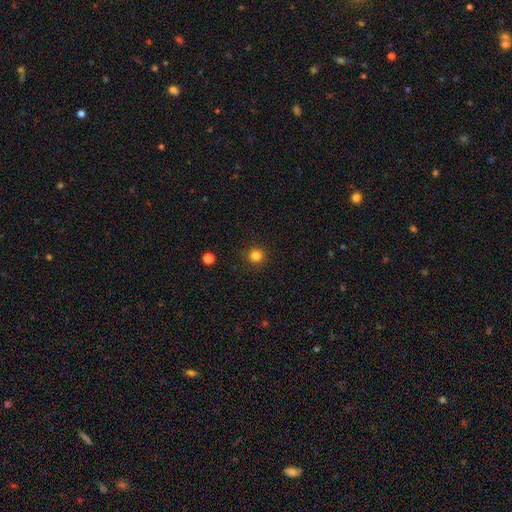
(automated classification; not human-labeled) This appears to be a smooth galaxy with no disk features (83%) that is round (94%). Merging: none (91%).